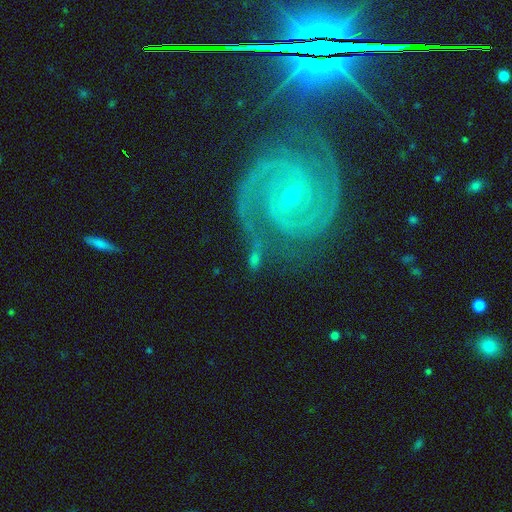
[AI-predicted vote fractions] Morphology: type=featured or disk (81%); edge-on=no (96%); bar=weak (39%); spiral arms=yes (95%); winding=tight (66%); arm count=2 (51%); bulge=small (67%); merging=none (65%).